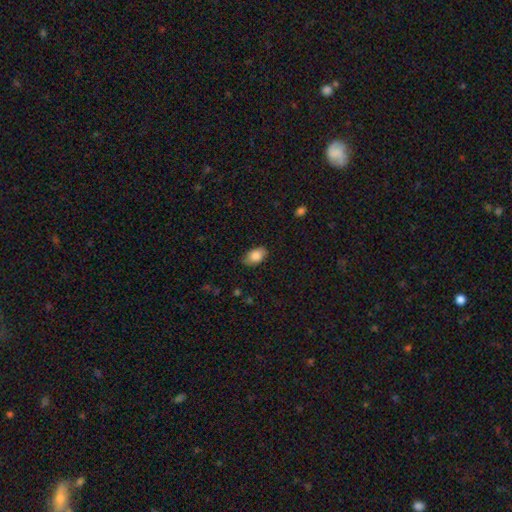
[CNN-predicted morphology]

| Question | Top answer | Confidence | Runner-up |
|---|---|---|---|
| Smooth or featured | smooth | 85% | featured or disk (8%) |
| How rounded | in between | 91% | round (7%) |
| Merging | none | 82% | minor disturbance (14%) |